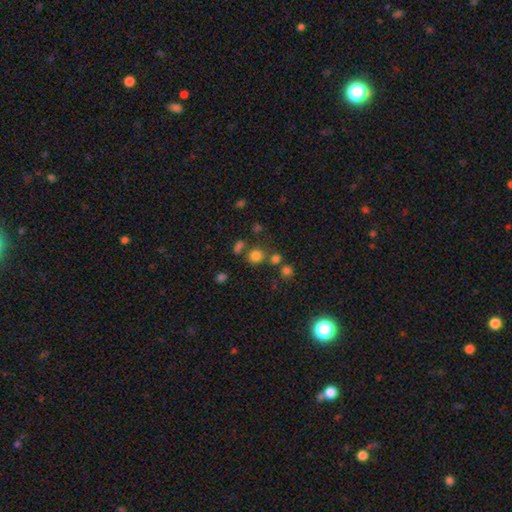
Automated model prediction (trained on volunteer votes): smooth-or-featured: smooth: 76% | star or artifact: 17% | featured or disk: 7%
  how-rounded: round: 83% | in between: 16% | cigar-shaped: 1%
  merging: none: 69% | merger: 17% | minor disturbance: 10% | major disturbance: 5%